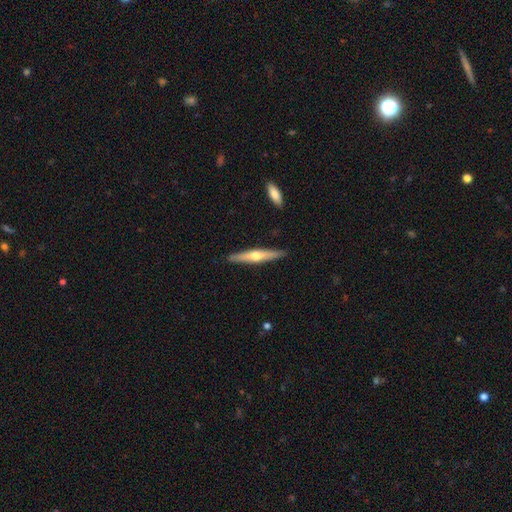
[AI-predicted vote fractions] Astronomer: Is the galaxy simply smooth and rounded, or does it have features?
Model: featured or disk — 61%.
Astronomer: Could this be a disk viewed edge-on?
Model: yes — 96%.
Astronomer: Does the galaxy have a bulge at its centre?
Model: rounded — 90%.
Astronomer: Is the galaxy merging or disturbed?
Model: none — 90%.